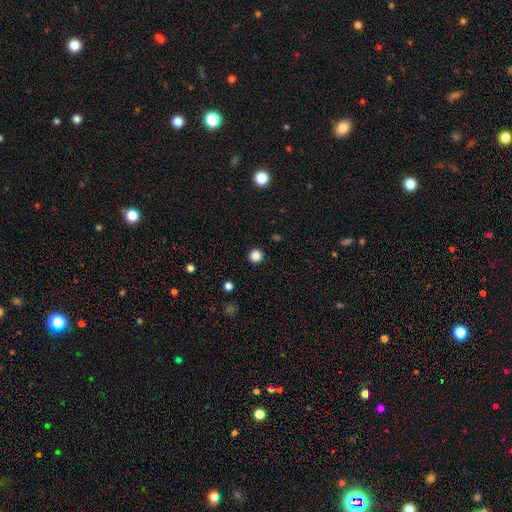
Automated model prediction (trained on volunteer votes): Smooth or featured? smooth (85%)
How rounded? round (96%)
Merging? none (94%)